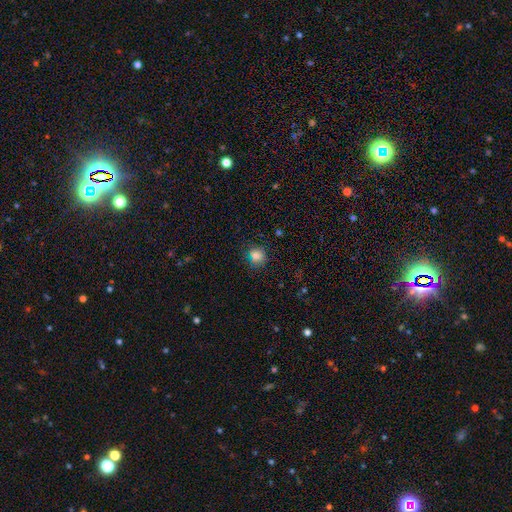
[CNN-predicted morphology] smooth_or_featured: smooth (p=0.81) [alt: star or artifact p=0.14]
how_rounded: round (p=0.75) [alt: in between p=0.23]
merging: none (p=0.77) [alt: minor disturbance p=0.16]